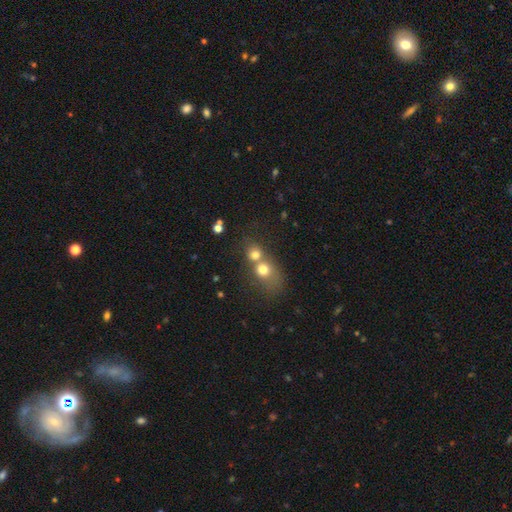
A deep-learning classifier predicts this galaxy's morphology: Smooth or featured?
  - smooth: 65% *
  - featured or disk: 19%
  - star or artifact: 17%
How rounded?
  - round: 68% *
  - in between: 30%
  - cigar-shaped: 2%
Merging?
  - merger: 67% *
  - none: 22%
  - minor disturbance: 6%
  - major disturbance: 5%